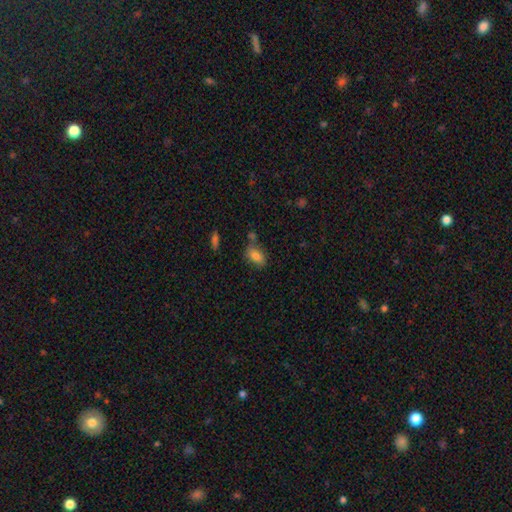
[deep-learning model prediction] This appears to be a smooth galaxy with no disk features (82%) that is in between round and cigar-shaped (88%). Merging: none (65%).